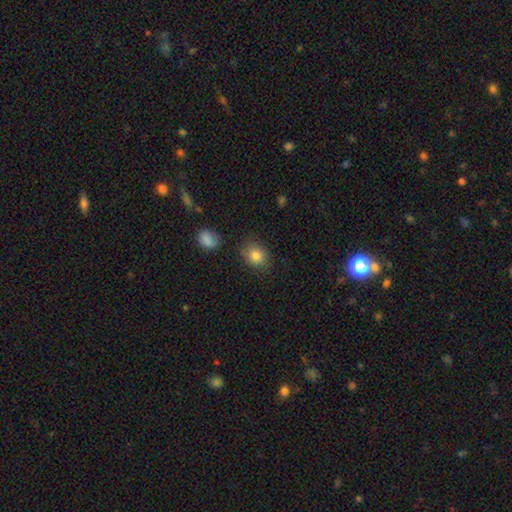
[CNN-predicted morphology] A smooth galaxy with no disk features (84%) that is round (58%). Merging: none (80%).